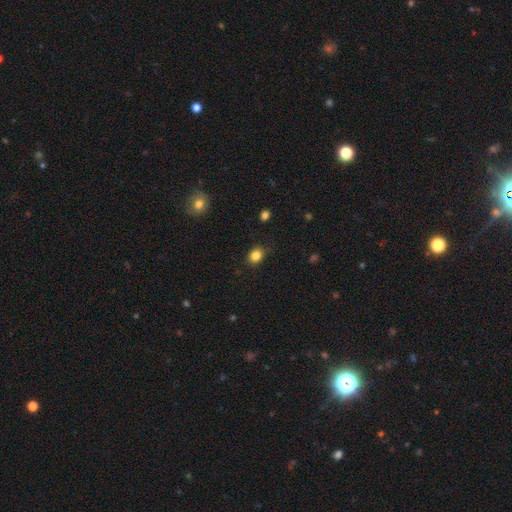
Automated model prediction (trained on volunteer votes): smooth_or_featured: smooth (p=0.85) [alt: star or artifact p=0.11]
how_rounded: in between (p=0.53) [alt: round p=0.46]
merging: none (p=0.84) [alt: minor disturbance p=0.12]